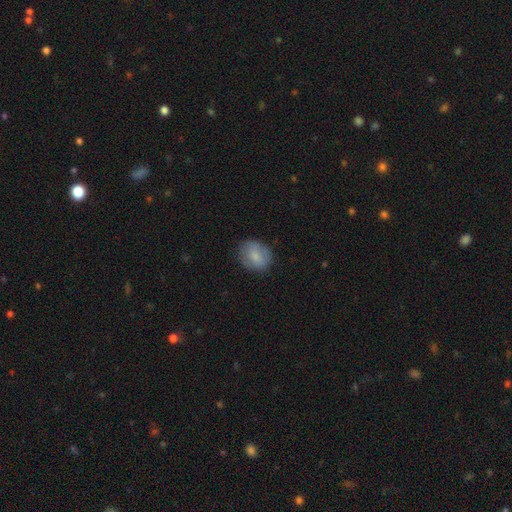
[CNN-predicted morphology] A smooth galaxy with no disk features (76%) that is round (59%). Merging: none (79%).